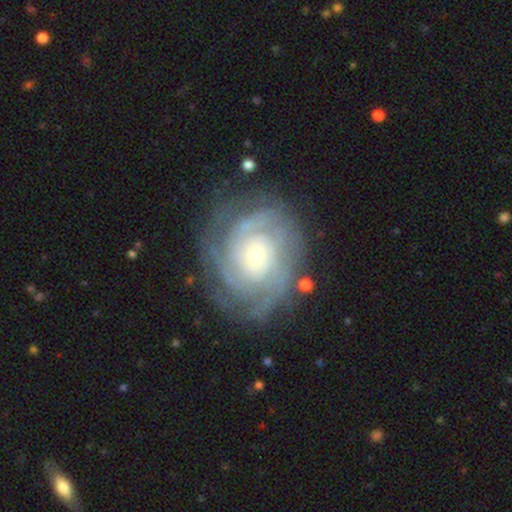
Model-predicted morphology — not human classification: A featured or disk galaxy (85%) with no bar (79%), tight (76%) spiral arms (95%) and a small central bulge (70%). Merging: none (75%).